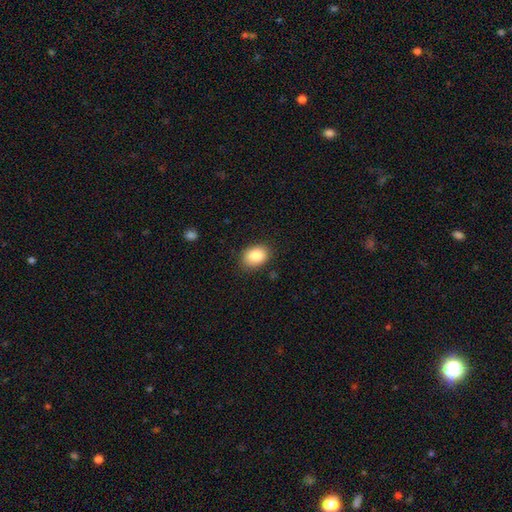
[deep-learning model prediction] A smooth galaxy with no disk features (87%) that is in between round and cigar-shaped (73%).

Vote fractions:
- Smooth or featured? smooth: 87% / star or artifact: 7% / featured or disk: 5%
- How rounded? in between: 73% / round: 26% / cigar-shaped: 1%
- Merging? none: 84% / minor disturbance: 12% / major disturbance: 3% / merger: 1%